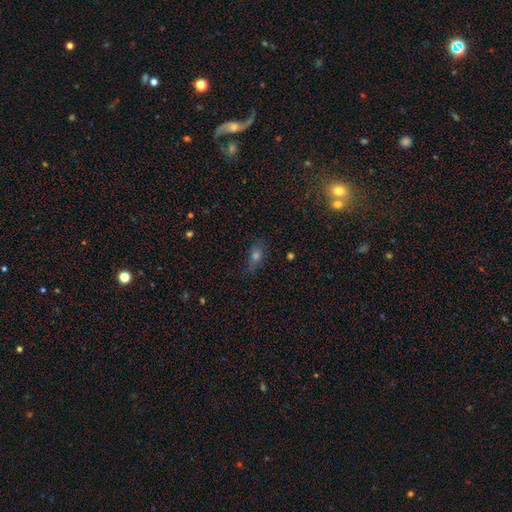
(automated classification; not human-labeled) smooth_or_featured: smooth (p=0.55) [alt: star or artifact p=0.25]
how_rounded: in between (p=0.67) [alt: round p=0.21]
merging: none (p=0.71) [alt: minor disturbance p=0.20]